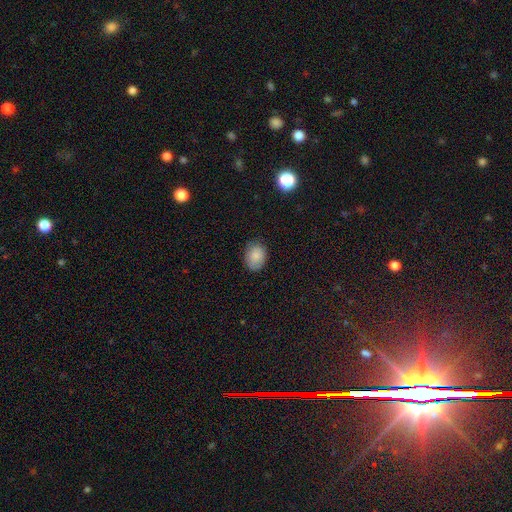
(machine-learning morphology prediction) The model was most divided on "how rounded": in between: 66%, round: 33%, cigar-shaped: 1%. More confident: smooth or featured — smooth (86%); merging — none (81%).